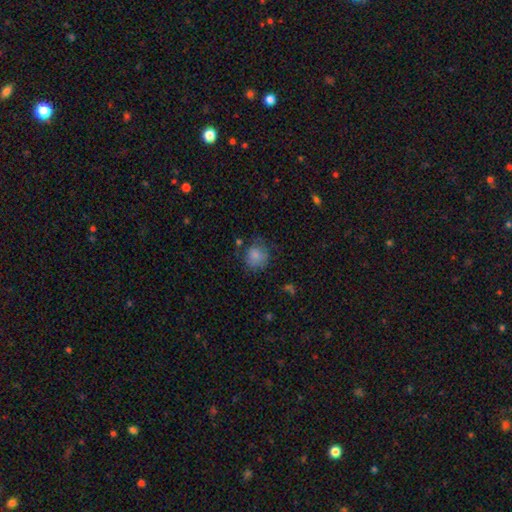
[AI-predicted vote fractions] Smooth or featured?
  - smooth: 82% *
  - star or artifact: 9%
  - featured or disk: 9%
How rounded?
  - round: 79% *
  - in between: 20%
  - cigar-shaped: 1%
Merging?
  - none: 61% *
  - minor disturbance: 25%
  - major disturbance: 10%
  - merger: 4%